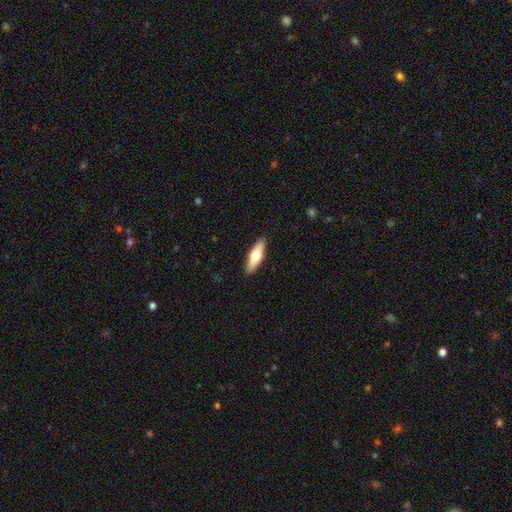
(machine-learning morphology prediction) A smooth galaxy with no disk features (54%) that is cigar-shaped (55%).

Vote fractions:
- Smooth or featured? smooth: 54% / featured or disk: 41% / star or artifact: 5%
- How rounded? cigar-shaped: 55% / in between: 42% / round: 2%
- Merging? none: 90% / minor disturbance: 7% / major disturbance: 2% / merger: 1%